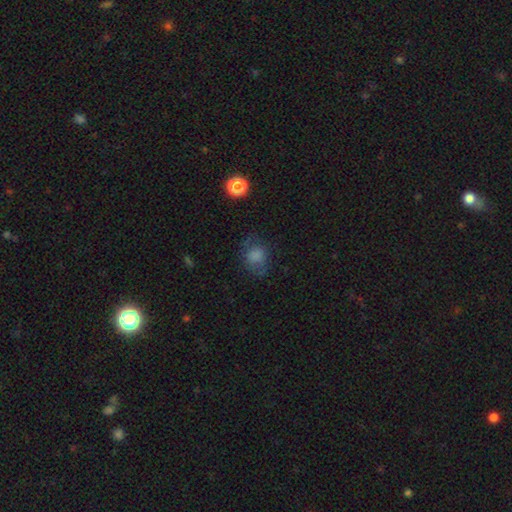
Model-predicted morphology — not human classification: Smooth or featured? smooth (71%)
How rounded? round (64%)
Merging? none (59%)